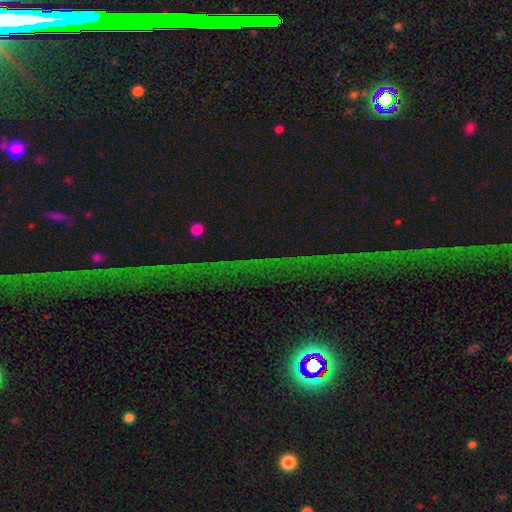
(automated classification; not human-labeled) star or artifact 78%, featured or disk 12%, smooth 10%.